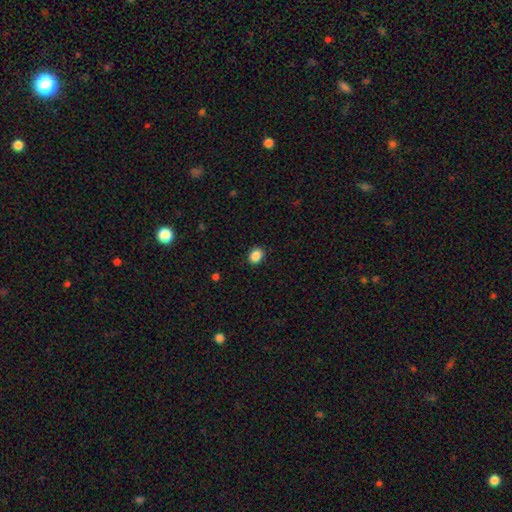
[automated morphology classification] smooth_or_featured: smooth (p=0.87) [alt: star or artifact p=0.09]
how_rounded: in between (p=0.52) [alt: round p=0.47]
merging: none (p=0.89) [alt: minor disturbance p=0.08]